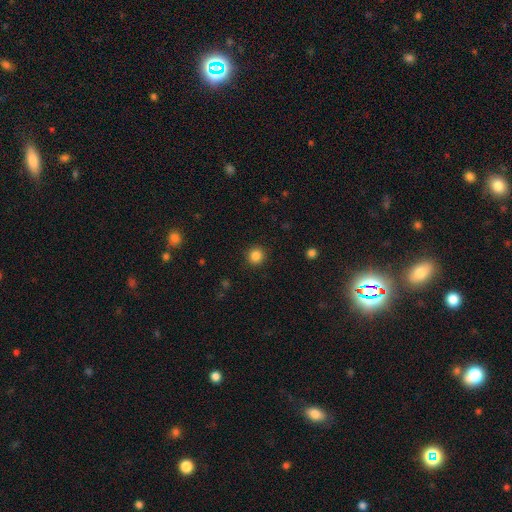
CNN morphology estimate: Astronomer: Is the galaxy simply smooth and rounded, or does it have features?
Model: smooth — 85%.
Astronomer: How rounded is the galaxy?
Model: round — 93%.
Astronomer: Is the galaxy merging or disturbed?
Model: none — 92%.